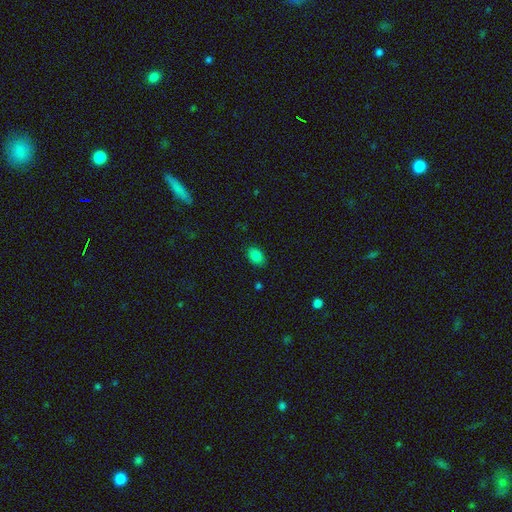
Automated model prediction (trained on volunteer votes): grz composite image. It shows a smooth galaxy with no disk features (84%) that is in between round and cigar-shaped (82%). Merging: none (86%).